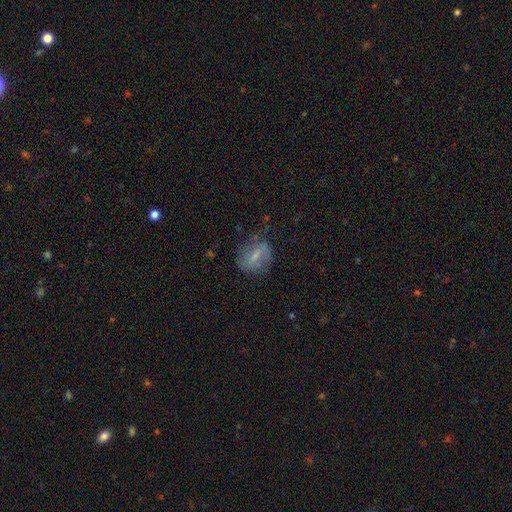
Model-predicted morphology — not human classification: Smooth or featured? Predicted: smooth (p=0.48). Merging? Predicted: none (p=0.65).